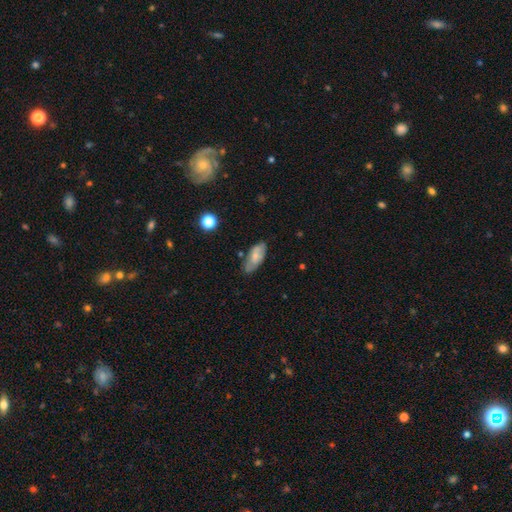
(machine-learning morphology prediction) Smooth or featured: smooth — 61% (featured or disk — 32%)
How rounded: in between — 85% (cigar-shaped — 12%)
Merging: none — 65% (minor disturbance — 26%)